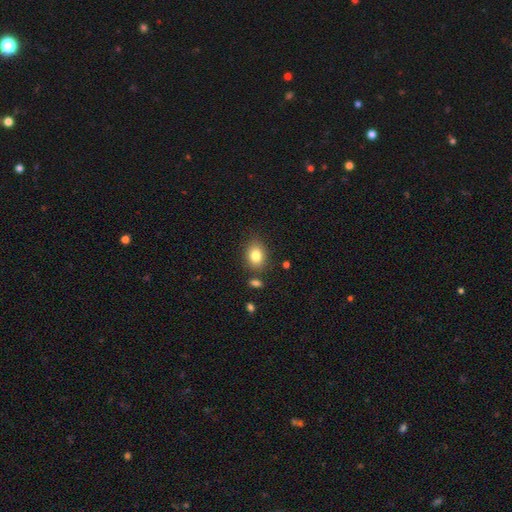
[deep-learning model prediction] The model was most divided on "how rounded": in between: 59%, round: 40%, cigar-shaped: 1%. More confident: smooth or featured — smooth (82%); merging — none (79%).